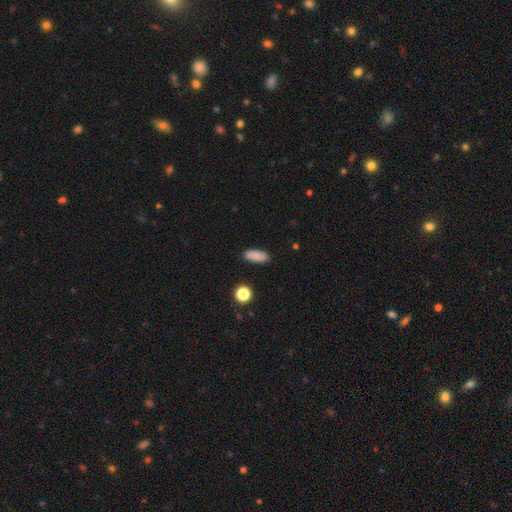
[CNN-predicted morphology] smooth-or-featured: smooth: 85% | star or artifact: 9% | featured or disk: 6%
  how-rounded: in between: 80% | cigar-shaped: 17% | round: 3%
  merging: none: 86% | minor disturbance: 10% | major disturbance: 2% | merger: 2%